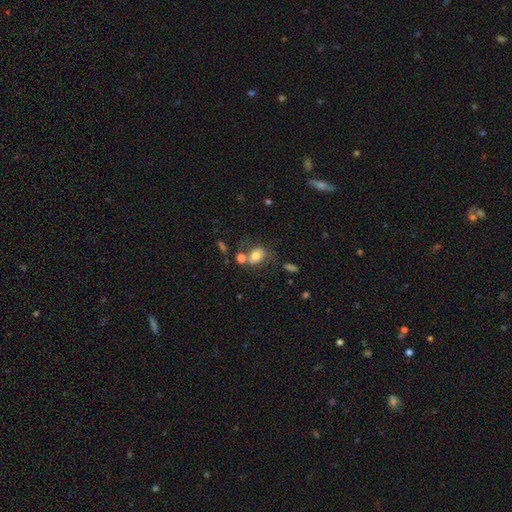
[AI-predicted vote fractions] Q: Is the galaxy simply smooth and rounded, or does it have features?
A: smooth — 71%.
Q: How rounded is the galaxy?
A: in between — 72%.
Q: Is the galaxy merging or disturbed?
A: none — 47%.